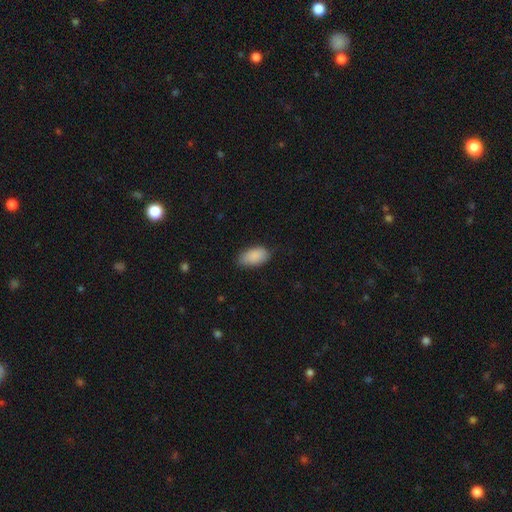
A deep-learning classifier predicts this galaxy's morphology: smooth-or-featured: smooth: 89% | star or artifact: 6% | featured or disk: 5%
  how-rounded: in between: 94% | round: 3% | cigar-shaped: 3%
  merging: none: 74% | minor disturbance: 21% | major disturbance: 4% | merger: 1%